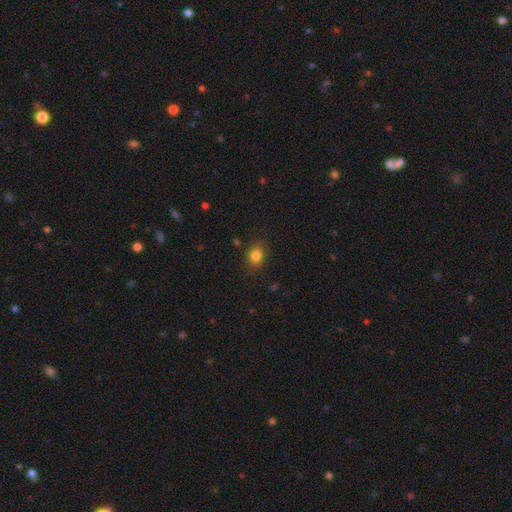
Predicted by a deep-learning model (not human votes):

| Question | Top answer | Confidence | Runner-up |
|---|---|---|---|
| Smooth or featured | smooth | 83% | star or artifact (12%) |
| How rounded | round | 57% | in between (42%) |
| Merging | none | 83% | minor disturbance (12%) |